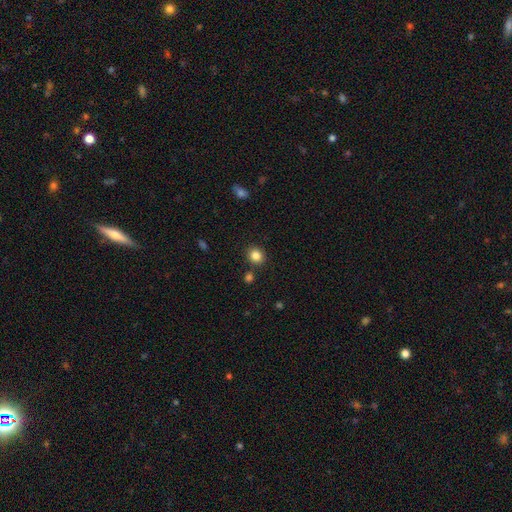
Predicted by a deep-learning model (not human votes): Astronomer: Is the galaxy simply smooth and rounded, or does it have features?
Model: smooth — 84%.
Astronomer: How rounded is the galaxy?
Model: round — 80%.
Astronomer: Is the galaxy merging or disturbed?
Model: none — 86%.